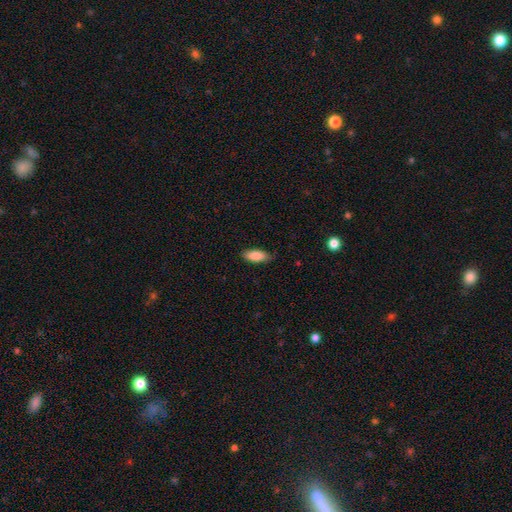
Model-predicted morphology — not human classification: type=smooth (87%); roundness=in between (78%); merging=none (83%).